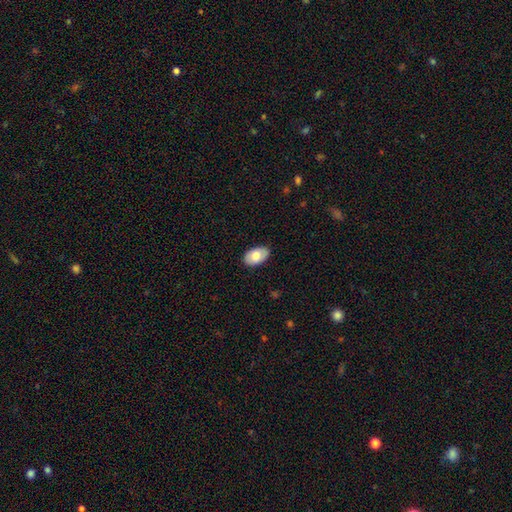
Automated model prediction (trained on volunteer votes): Morphology: type=smooth (75%); roundness=in between (93%); merging=none (85%).